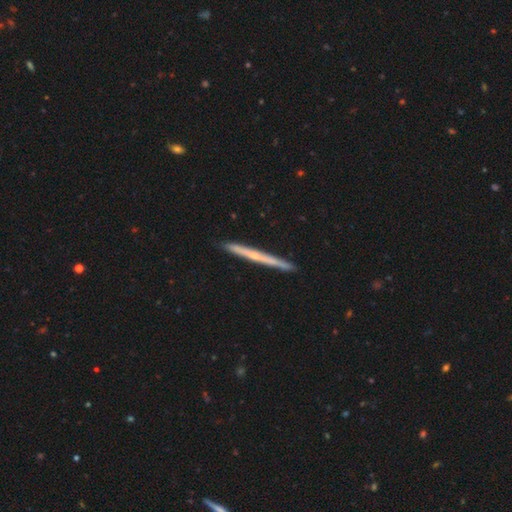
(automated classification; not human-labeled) Smooth or featured?
  - featured or disk: 62% *
  - smooth: 32%
  - star or artifact: 6%
Edge-on disk?
  - yes: 97% *
  - no: 3%
Edge-on bulge?
  - none: 62% *
  - rounded: 34%
  - boxy: 4%
Merging?
  - none: 91% *
  - minor disturbance: 6%
  - major disturbance: 1%
  - merger: 1%